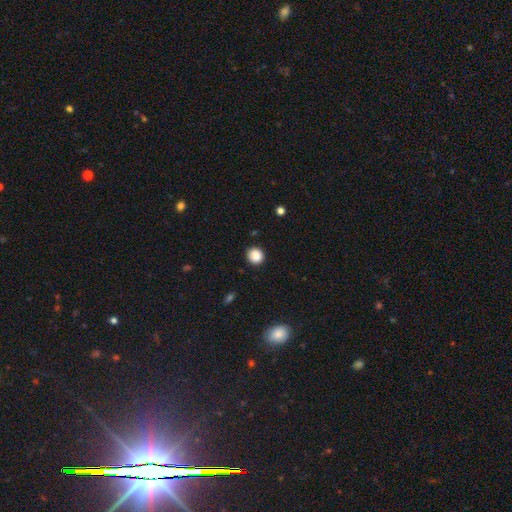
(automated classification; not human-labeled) This is clearly a smooth galaxy (87%). How rounded: clearly round (86%). Merging: clearly none (89%).